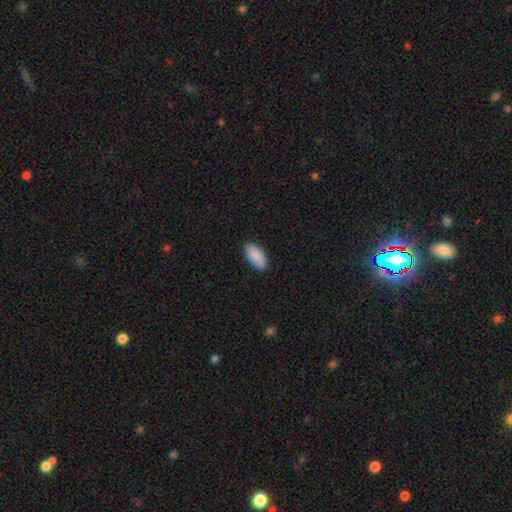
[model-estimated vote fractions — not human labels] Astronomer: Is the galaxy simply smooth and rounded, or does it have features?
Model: smooth — 90%.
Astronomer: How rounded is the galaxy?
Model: in between — 91%.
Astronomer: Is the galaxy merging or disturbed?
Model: none — 88%.